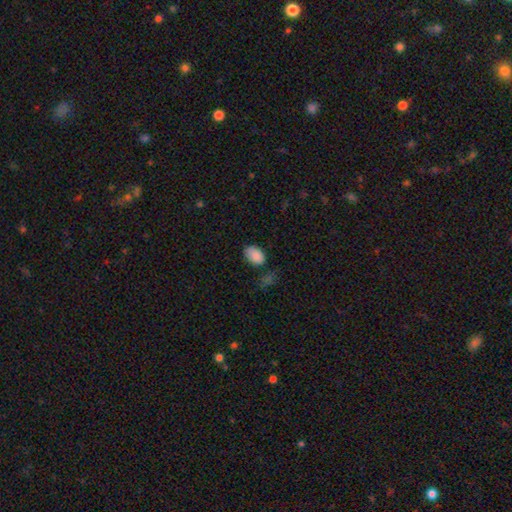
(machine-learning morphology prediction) smooth-or-featured: smooth: 87% | star or artifact: 8% | featured or disk: 5%
  how-rounded: in between: 90% | round: 9% | cigar-shaped: 1%
  merging: none: 66% | minor disturbance: 23% | major disturbance: 6% | merger: 5%